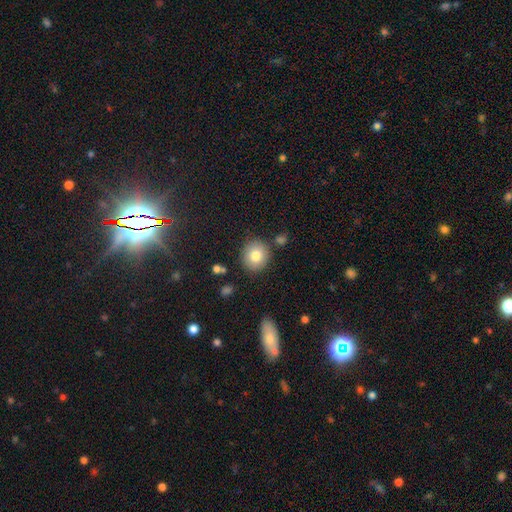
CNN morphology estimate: smooth_or_featured: smooth (p=0.79) [alt: featured or disk p=0.11]
how_rounded: round (p=0.84) [alt: in between p=0.15]
merging: none (p=0.83) [alt: minor disturbance p=0.09]